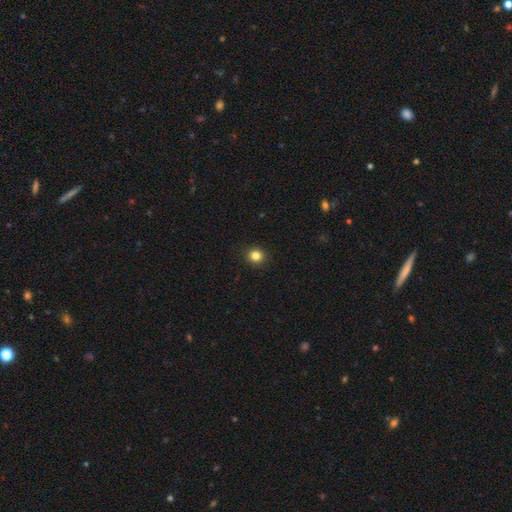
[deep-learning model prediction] A smooth galaxy with no disk features (84%) that is round (90%).

Vote fractions:
- Smooth or featured? smooth: 84% / star or artifact: 12% / featured or disk: 4%
- How rounded? round: 90% / in between: 9% / cigar-shaped: 1%
- Merging? none: 92% / minor disturbance: 5% / major disturbance: 2% / merger: 1%